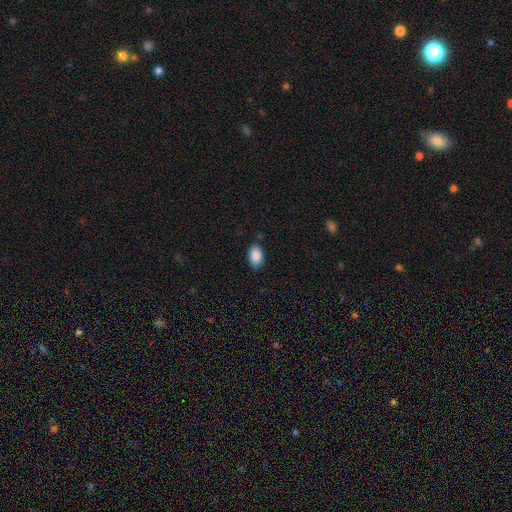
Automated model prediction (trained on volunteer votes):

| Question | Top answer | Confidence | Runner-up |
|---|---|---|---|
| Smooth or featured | smooth | 88% | star or artifact (7%) |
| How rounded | in between | 92% | round (7%) |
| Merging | none | 82% | minor disturbance (14%) |